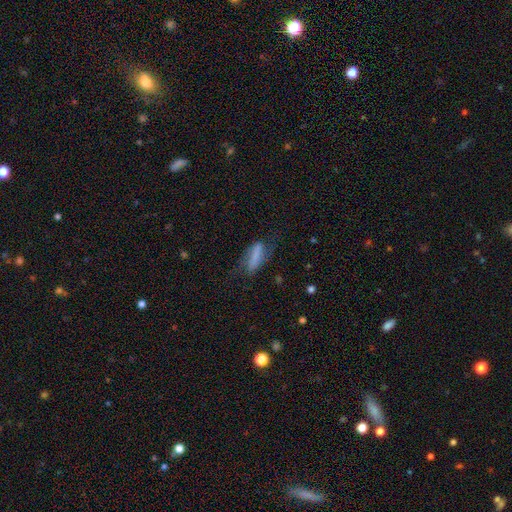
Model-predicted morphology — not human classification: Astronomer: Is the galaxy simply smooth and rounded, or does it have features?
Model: smooth — 57% (runner-up: featured or disk, 34%).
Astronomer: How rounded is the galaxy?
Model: in between — 48%, tied with cigar-shaped at 48%.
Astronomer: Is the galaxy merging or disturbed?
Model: none — 54%.